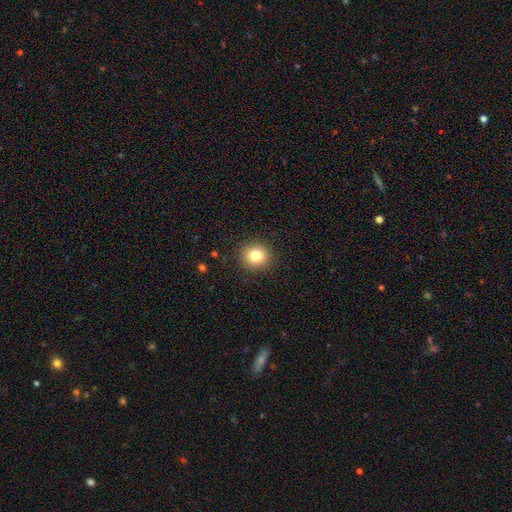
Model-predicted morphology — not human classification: Smooth or featured? Predicted: smooth (p=0.81). How rounded? Predicted: round (p=0.86). Merging? Predicted: none (p=0.90).